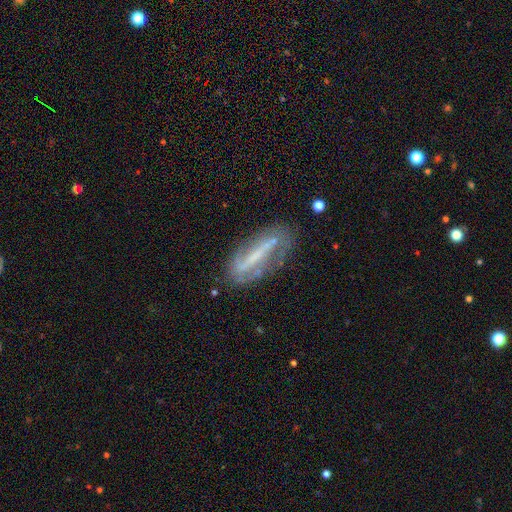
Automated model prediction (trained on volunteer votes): featured or disk 68%, smooth 23%, star or artifact 9%. Down the decision tree: edge-on disk — no (72%); merging — none (64%).